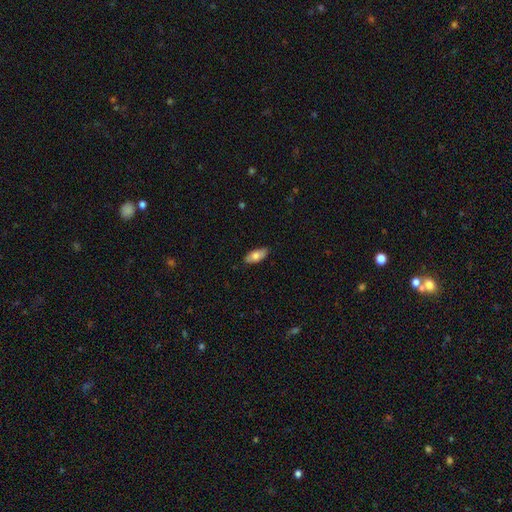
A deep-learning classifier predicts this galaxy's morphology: smooth-or-featured: smooth: 75% | featured or disk: 19% | star or artifact: 6%
  how-rounded: in between: 89% | cigar-shaped: 9% | round: 2%
  merging: none: 86% | minor disturbance: 11% | major disturbance: 2% | merger: 1%